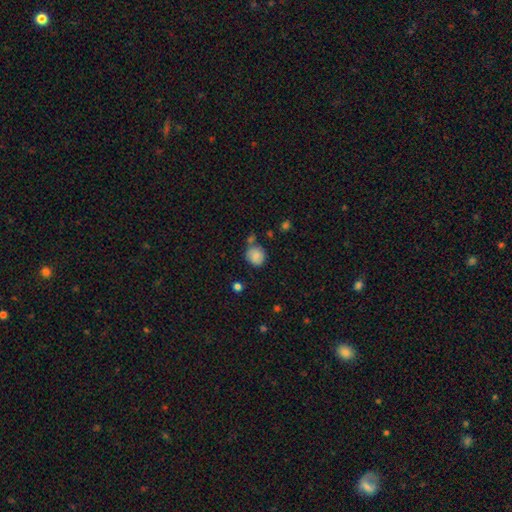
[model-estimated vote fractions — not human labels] This appears to be a smooth galaxy with no disk features (80%) that is round (82%). Merging: none (66%).